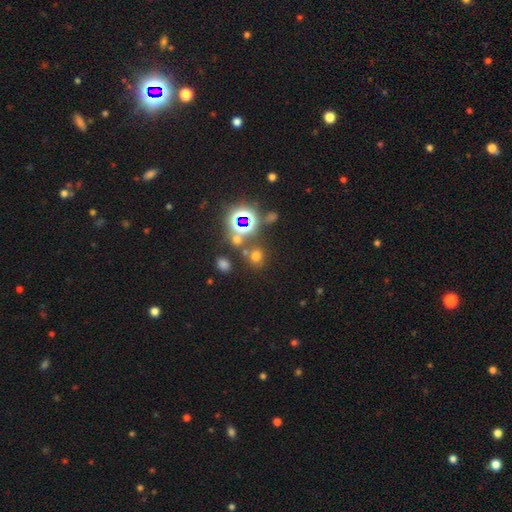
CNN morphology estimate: This appears to be a smooth galaxy with no disk features (56%) that is round (79%). Merging: none (72%).